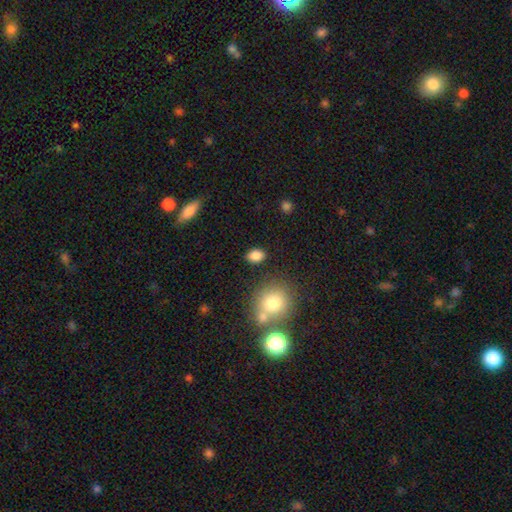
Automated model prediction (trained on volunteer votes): Smooth or featured: smooth — 85% (star or artifact — 9%)
How rounded: in between — 77% (round — 21%)
Merging: none — 83% (minor disturbance — 10%)